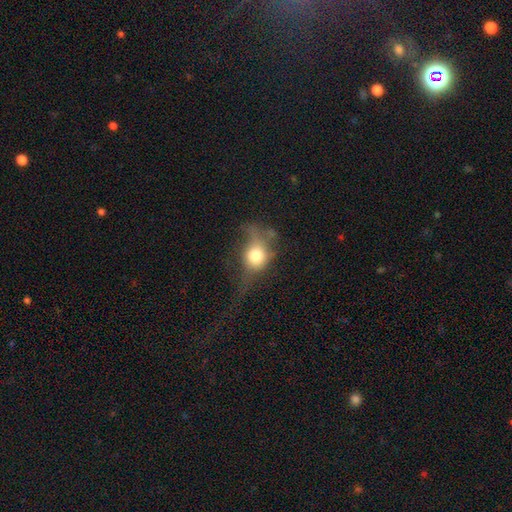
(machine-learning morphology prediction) The model was most divided on "merging": major disturbance: 44%, none: 27%, minor disturbance: 25%, merger: 5%. More confident: smooth or featured — smooth (63%); how rounded — round (58%).